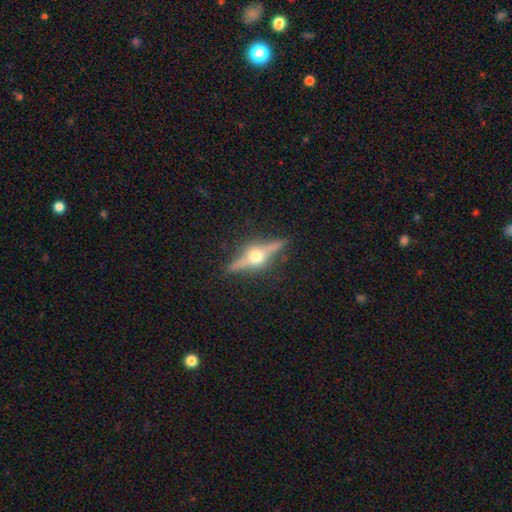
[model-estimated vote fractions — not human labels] This is clearly a featured or disk galaxy (81%). It is clearly viewed edge-on (96%). Edge-on bulge: clearly rounded (96%). Merging: clearly none (87%).